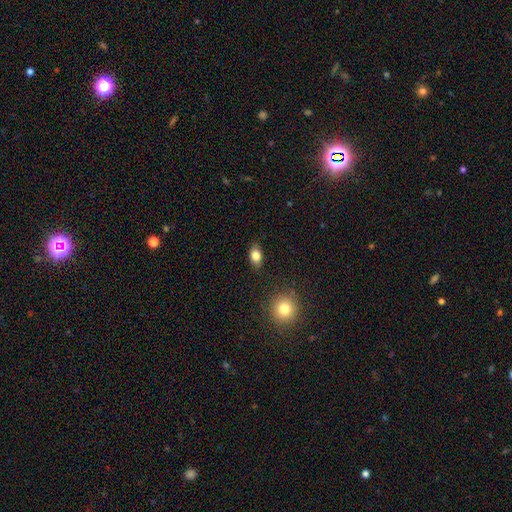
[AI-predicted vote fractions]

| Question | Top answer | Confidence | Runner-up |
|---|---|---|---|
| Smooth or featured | smooth | 79% | featured or disk (11%) |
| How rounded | in between | 81% | round (16%) |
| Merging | none | 85% | minor disturbance (11%) |